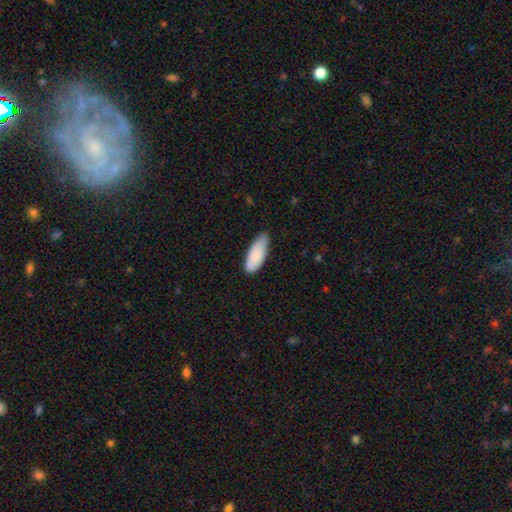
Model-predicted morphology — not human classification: Smooth or featured? smooth (86%)
How rounded? in between (74%)
Merging? none (71%)